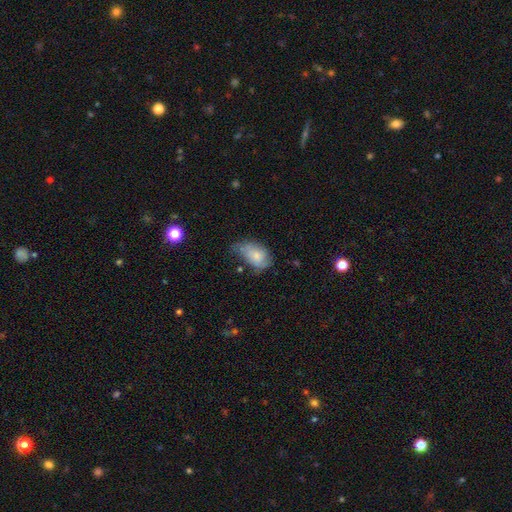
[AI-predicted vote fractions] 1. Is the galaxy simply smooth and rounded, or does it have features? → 71% smooth, 21% featured or disk, 8% star or artifact.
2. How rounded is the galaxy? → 88% in between, 10% round, 2% cigar-shaped.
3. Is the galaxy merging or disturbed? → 42% minor disturbance, 32% none, 22% major disturbance, 4% merger.